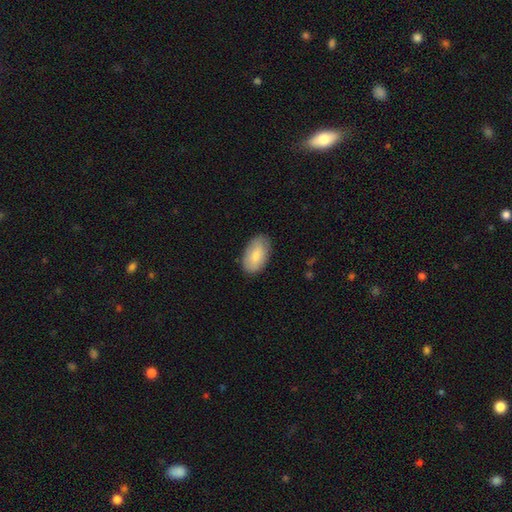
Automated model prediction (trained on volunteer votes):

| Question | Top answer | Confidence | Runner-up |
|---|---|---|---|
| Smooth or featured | smooth | 80% | featured or disk (15%) |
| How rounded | in between | 94% | round (4%) |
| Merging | none | 81% | minor disturbance (15%) |